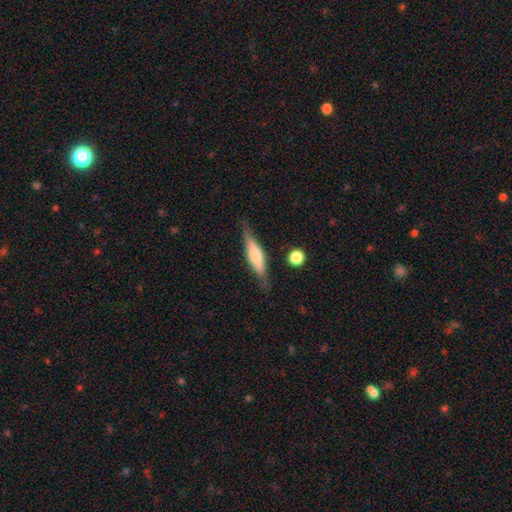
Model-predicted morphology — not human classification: Smooth or featured?
  - smooth: 49% *
  - featured or disk: 45%
  - star or artifact: 6%
Merging?
  - none: 80% *
  - minor disturbance: 14%
  - major disturbance: 4%
  - merger: 2%